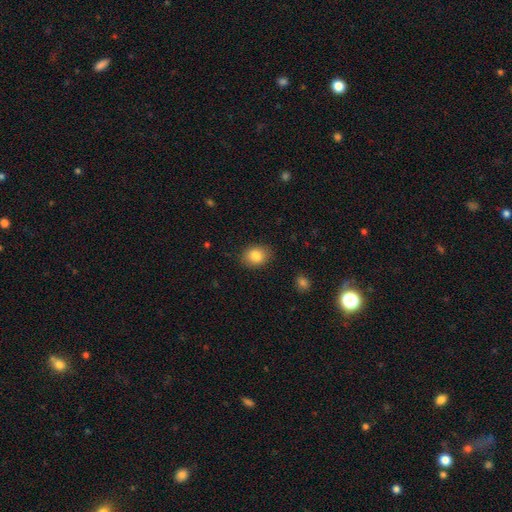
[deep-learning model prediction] smooth_or_featured: smooth (p=0.85) [alt: star or artifact p=0.09]
how_rounded: in between (p=0.57) [alt: round p=0.42]
merging: none (p=0.86) [alt: minor disturbance p=0.10]